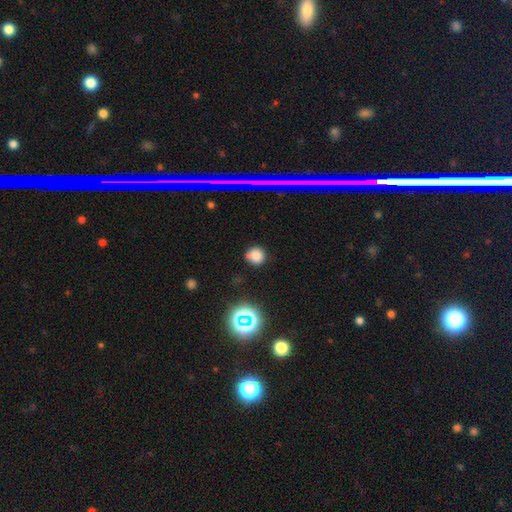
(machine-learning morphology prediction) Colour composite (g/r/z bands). It shows a smooth galaxy with no disk features (77%) that is round (89%). Merging: none (82%).